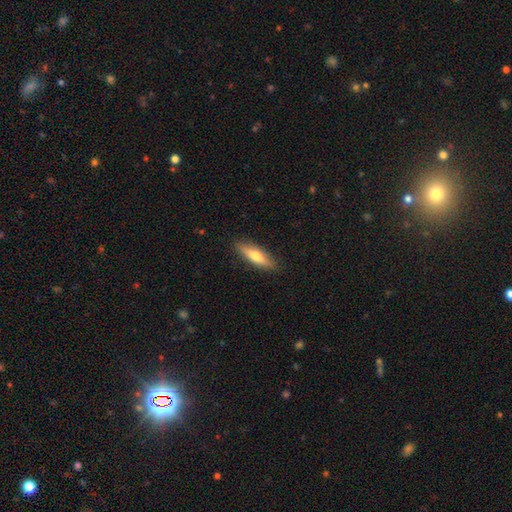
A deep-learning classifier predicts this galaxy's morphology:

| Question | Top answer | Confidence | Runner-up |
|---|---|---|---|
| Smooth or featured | smooth | 57% | featured or disk (37%) |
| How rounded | cigar-shaped | 64% | in between (34%) |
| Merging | none | 87% | minor disturbance (9%) |